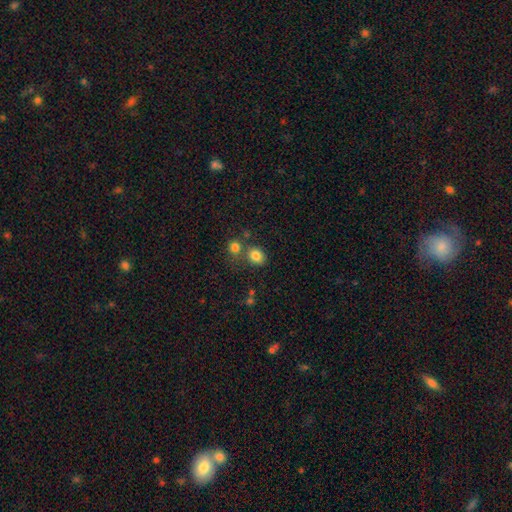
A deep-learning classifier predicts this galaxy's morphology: A smooth galaxy with no disk features (82%) that is round (56%). Merging: none (61%).